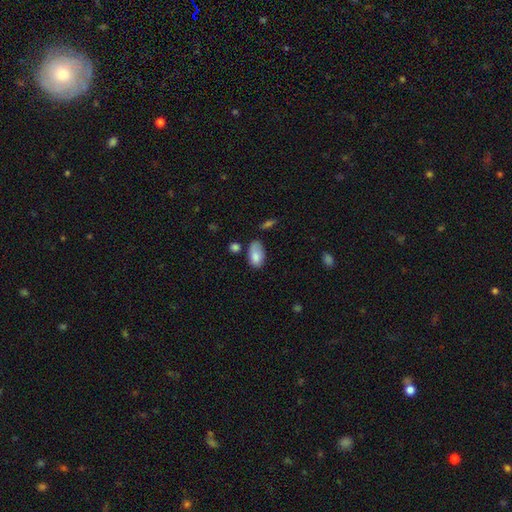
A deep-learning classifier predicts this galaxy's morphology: The model was most divided on "merging": none: 43%, minor disturbance: 37%, major disturbance: 12%, merger: 8%. More confident: how rounded — in between (93%); smooth or featured — smooth (81%).